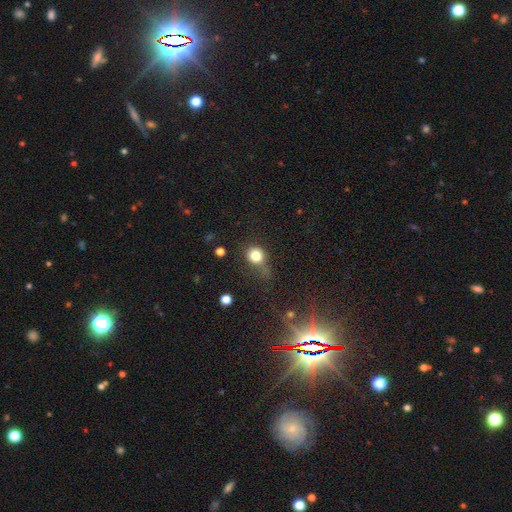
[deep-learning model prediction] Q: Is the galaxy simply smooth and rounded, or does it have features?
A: smooth — 78%.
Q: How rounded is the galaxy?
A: round — 79%.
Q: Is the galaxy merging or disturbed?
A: none — 45%.